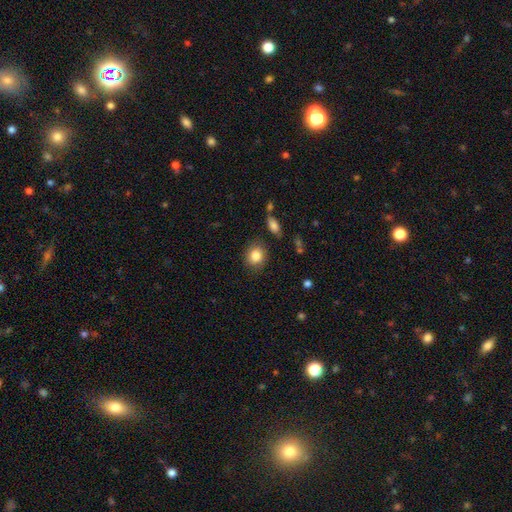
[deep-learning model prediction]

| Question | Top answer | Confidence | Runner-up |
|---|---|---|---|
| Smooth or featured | smooth | 85% | star or artifact (8%) |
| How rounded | round | 68% | in between (31%) |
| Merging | none | 82% | minor disturbance (12%) |